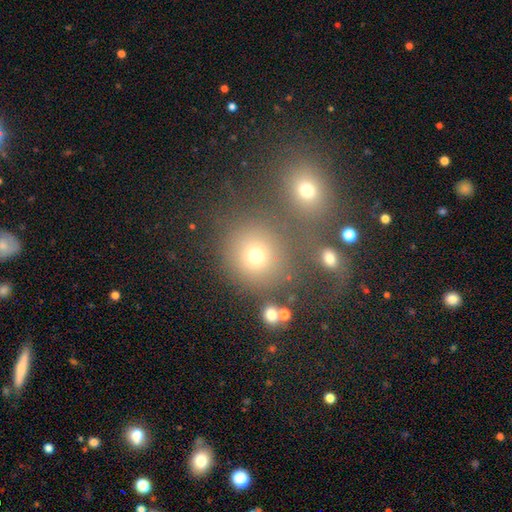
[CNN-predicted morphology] type=smooth (67%); roundness=round (87%); merging=none (64%).